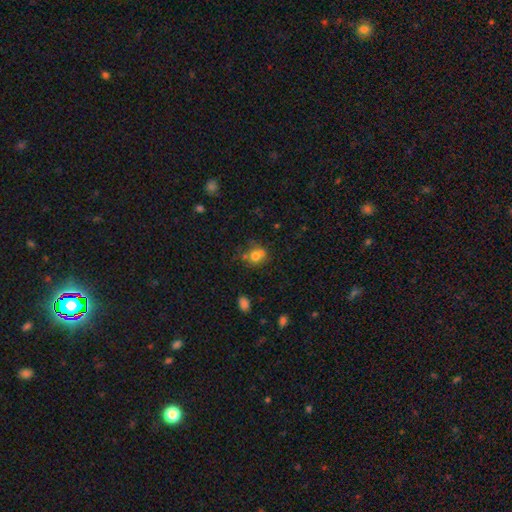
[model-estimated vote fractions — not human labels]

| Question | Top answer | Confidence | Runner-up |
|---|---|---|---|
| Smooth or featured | smooth | 70% | featured or disk (17%) |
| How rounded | round | 60% | in between (39%) |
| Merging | none | 44% | merger (27%) |